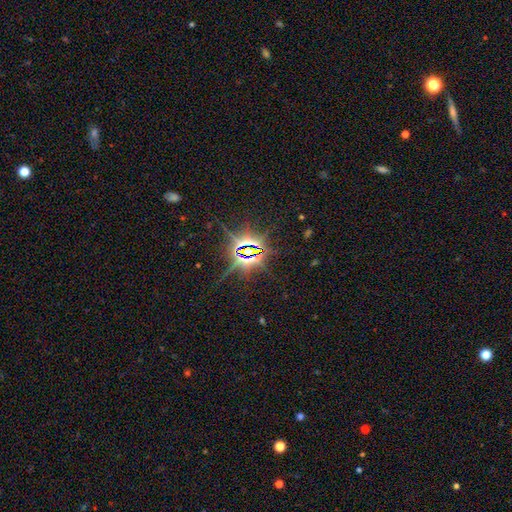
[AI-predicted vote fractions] smooth_or_featured: star or artifact (p=0.83) [alt: featured or disk p=0.09]